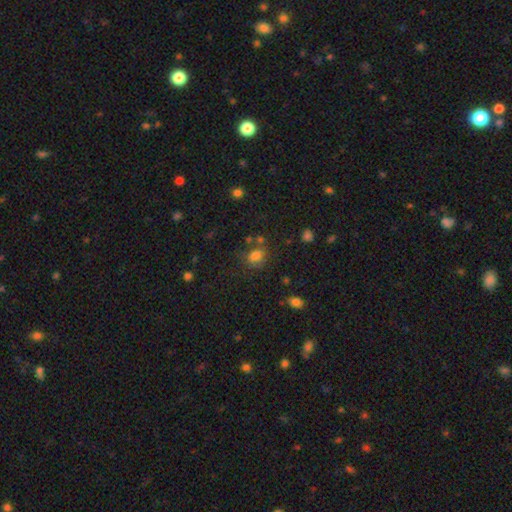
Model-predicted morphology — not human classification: This appears to be a smooth galaxy with no disk features (75%) that is in between round and cigar-shaped (51%). Merging: none (60%).